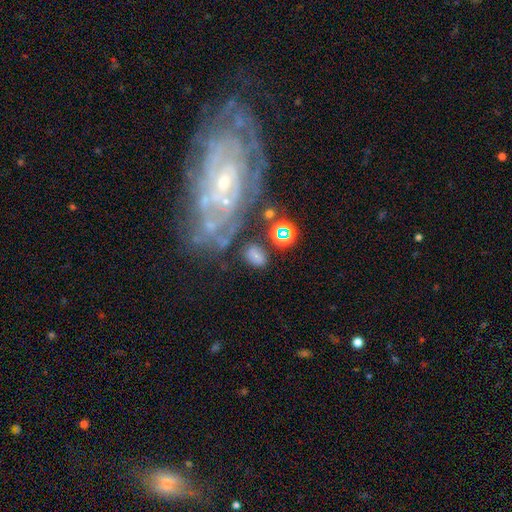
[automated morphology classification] This is likely a smooth galaxy (64%). How rounded: likely in between (78%). Merging: likely none (65%).